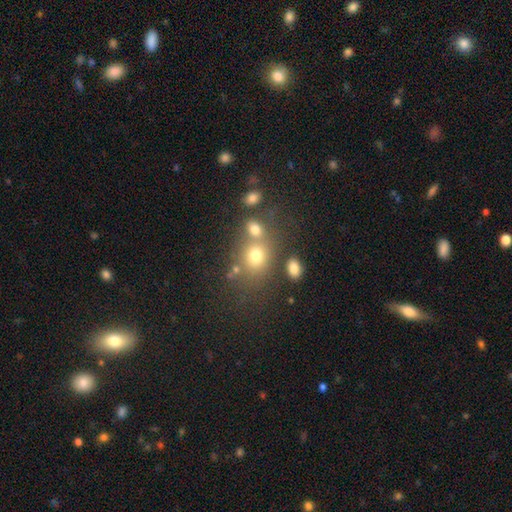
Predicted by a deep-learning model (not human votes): Overall: smooth (70%). How rounded: round (62%; in between 37%). Merging: none (50%; merger 32%).